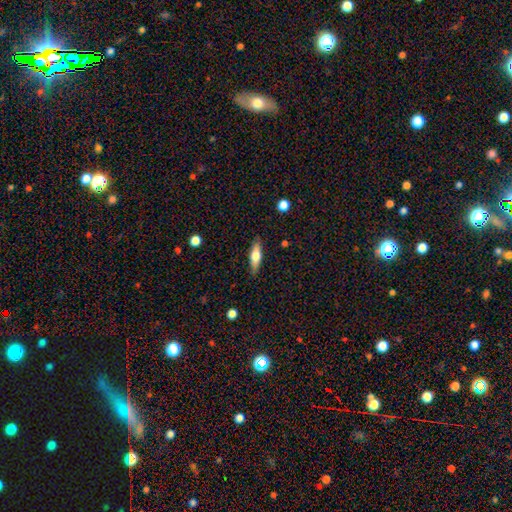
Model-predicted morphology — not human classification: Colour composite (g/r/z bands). It shows a smooth galaxy with no disk features (60%) that is cigar-shaped (50%). Merging: none (86%).